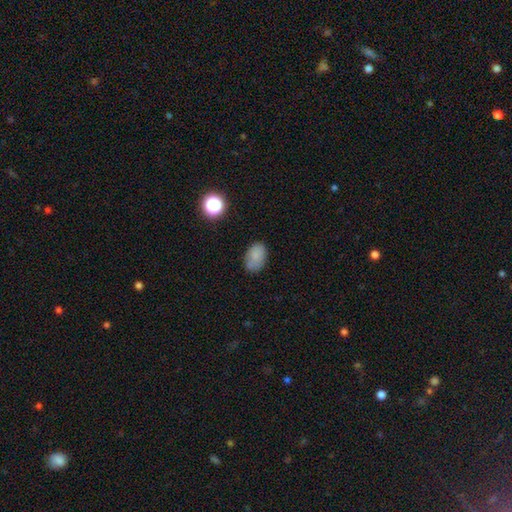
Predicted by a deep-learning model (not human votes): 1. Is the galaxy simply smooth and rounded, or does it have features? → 82% smooth, 10% star or artifact, 8% featured or disk.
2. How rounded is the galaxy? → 86% in between, 13% round, 1% cigar-shaped.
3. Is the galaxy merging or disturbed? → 75% none, 18% minor disturbance, 4% major disturbance, 2% merger.